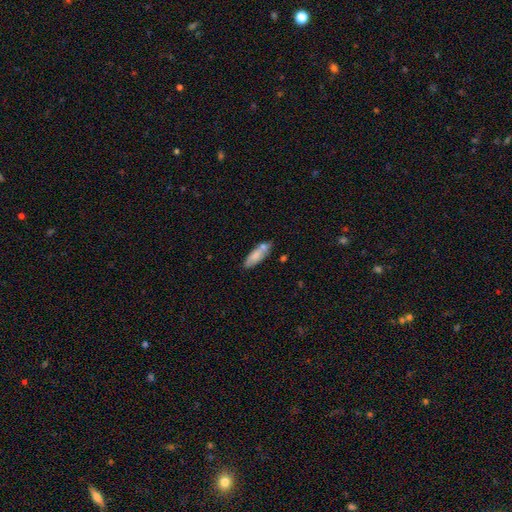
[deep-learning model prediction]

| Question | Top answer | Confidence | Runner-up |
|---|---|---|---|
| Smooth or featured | smooth | 77% | featured or disk (16%) |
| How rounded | in between | 52% | cigar-shaped (46%) |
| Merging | none | 62% | minor disturbance (19%) |